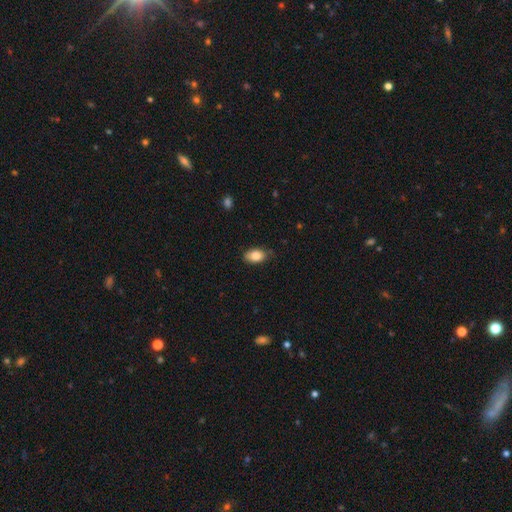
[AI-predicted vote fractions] smooth-or-featured: smooth: 85% | featured or disk: 8% | star or artifact: 7%
  how-rounded: in between: 90% | round: 8% | cigar-shaped: 3%
  merging: none: 74% | minor disturbance: 21% | major disturbance: 3% | merger: 1%